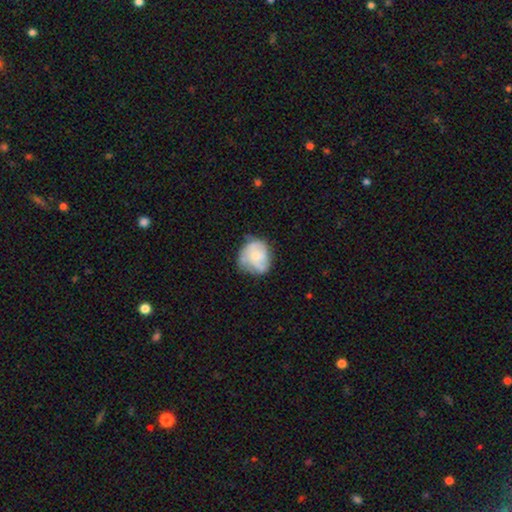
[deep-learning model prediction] Smooth or featured: featured or disk — 48% (smooth — 45%)
Merging: none — 54% (minor disturbance — 29%)